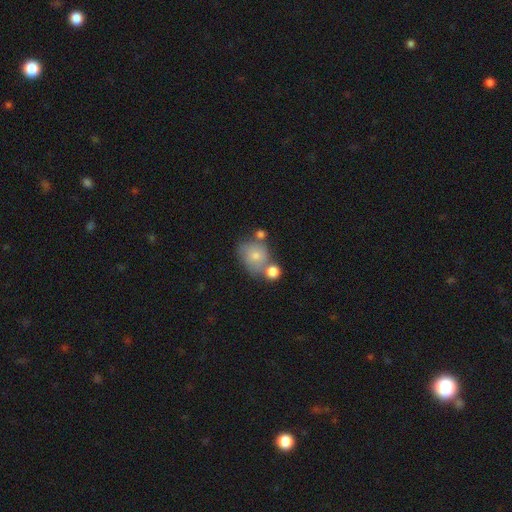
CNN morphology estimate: Smooth or featured? smooth (71%)
How rounded? round (65%)
Merging? none (39%)